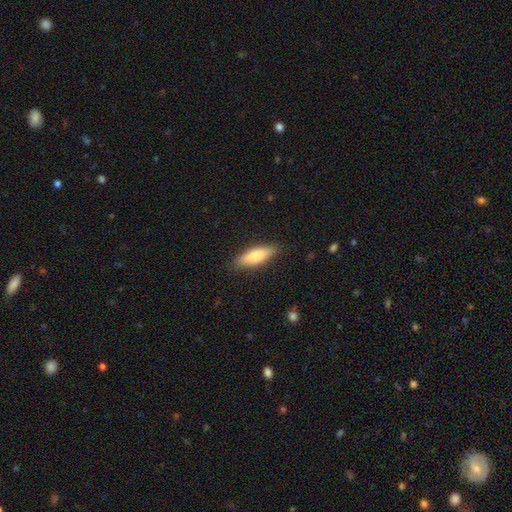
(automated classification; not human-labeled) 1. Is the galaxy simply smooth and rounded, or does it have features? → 79% smooth, 16% featured or disk, 6% star or artifact.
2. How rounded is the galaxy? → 50% in between, 48% cigar-shaped, 2% round.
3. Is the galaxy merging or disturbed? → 86% none, 10% minor disturbance, 2% major disturbance, 1% merger.